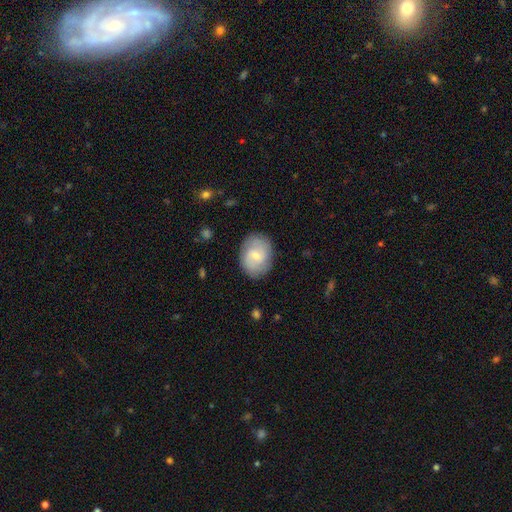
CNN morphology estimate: smooth 53%, featured or disk 41%, star or artifact 7%. Down the decision tree: how rounded — in between (57%); merging — none (83%).